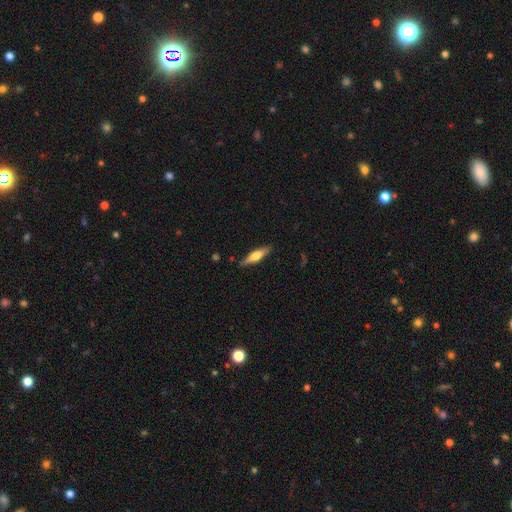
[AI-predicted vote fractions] Smooth or featured? Predicted: smooth (p=0.49). Merging? Predicted: none (p=0.86).